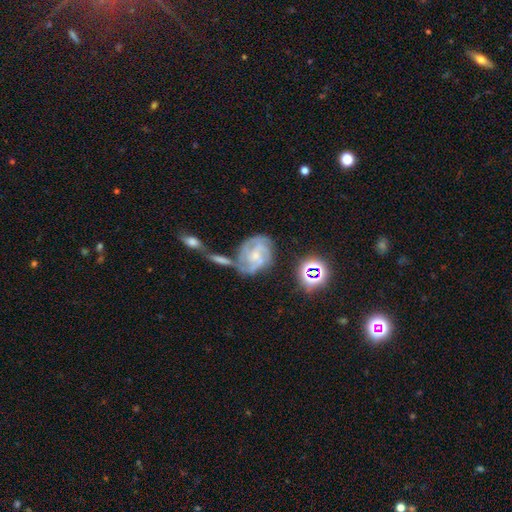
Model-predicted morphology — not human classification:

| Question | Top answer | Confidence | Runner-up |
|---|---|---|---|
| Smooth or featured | featured or disk | 73% | smooth (17%) |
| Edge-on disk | no | 97% | yes (3%) |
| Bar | no | 54% | weak (37%) |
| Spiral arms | yes | 88% | no (12%) |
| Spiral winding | tight | 46% | medium (40%) |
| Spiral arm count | can't tell | 30% | 3 (27%) |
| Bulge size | small | 48% | moderate (29%) |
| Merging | none | 42% | merger (21%) |